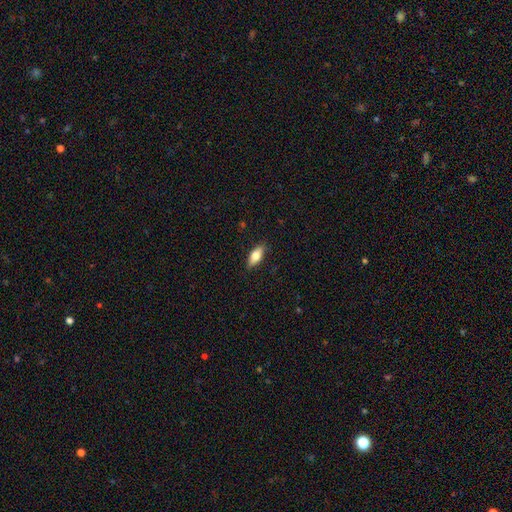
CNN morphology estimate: type=smooth (69%); roundness=in between (76%); merging=none (86%).